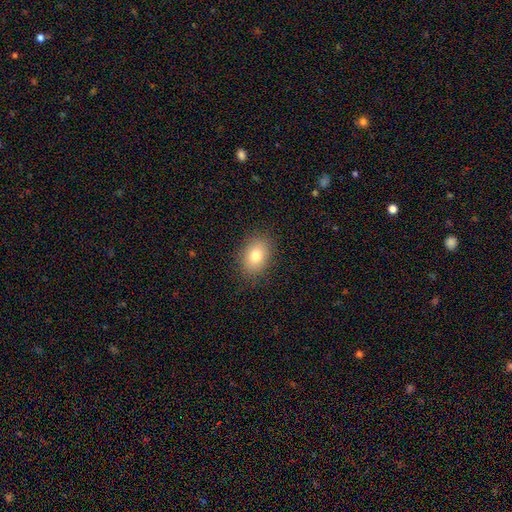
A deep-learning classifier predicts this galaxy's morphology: This appears to be a smooth galaxy with no disk features (78%) that is in between round and cigar-shaped (71%). Merging: none (87%).